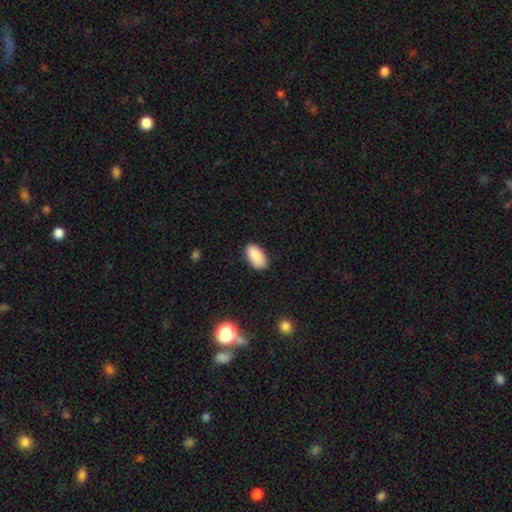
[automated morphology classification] This appears to be a smooth galaxy with no disk features (90%) that is in between round and cigar-shaped (95%). Merging: none (87%).